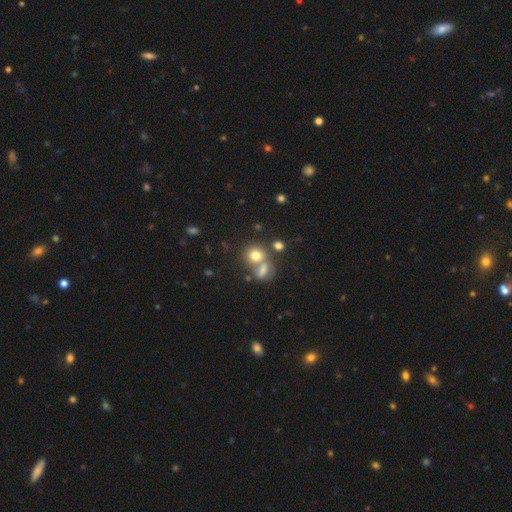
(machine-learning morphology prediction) Smooth or featured?
  - smooth: 74% *
  - star or artifact: 14%
  - featured or disk: 12%
How rounded?
  - round: 74% *
  - in between: 25%
  - cigar-shaped: 1%
Merging?
  - none: 45% *
  - merger: 40%
  - minor disturbance: 10%
  - major disturbance: 5%